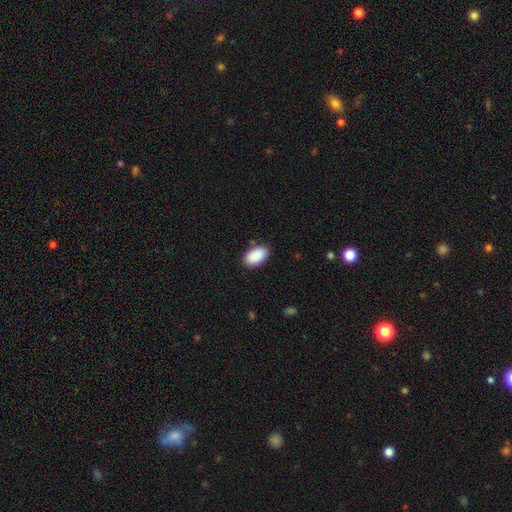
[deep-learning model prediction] Q: Smooth or featured?
A: smooth (91%); runner-up: star or artifact (6%)
Q: How rounded?
A: in between (95%); runner-up: round (4%)
Q: Merging?
A: none (86%); runner-up: minor disturbance (10%)